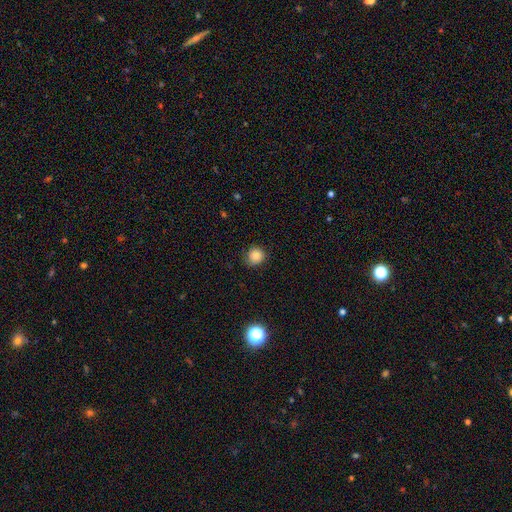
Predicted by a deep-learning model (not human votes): smooth 84%, star or artifact 11%, featured or disk 5%. Down the decision tree: how rounded — round (88%); merging — none (81%).